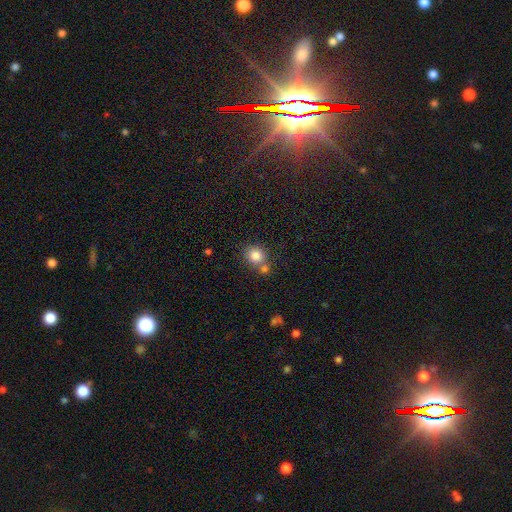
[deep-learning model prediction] The model was most divided on "merging": none: 57%, merger: 29%, minor disturbance: 10%, major disturbance: 3%. More confident: smooth or featured — smooth (82%); how rounded — round (80%).